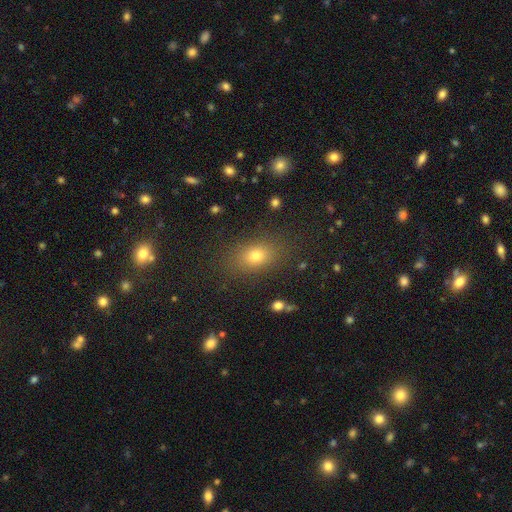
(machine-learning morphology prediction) Overall: smooth (74%). How rounded: in between (71%). Merging: none (84%).